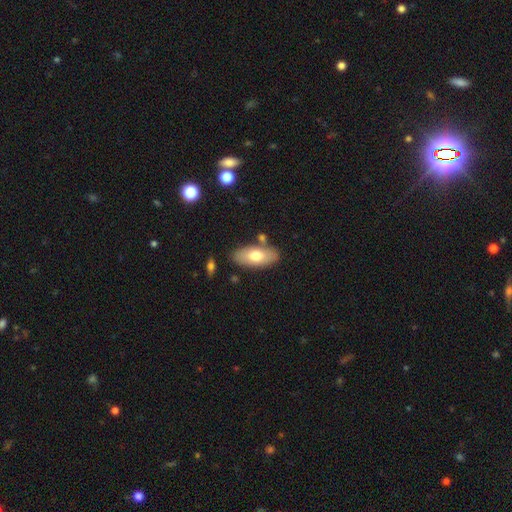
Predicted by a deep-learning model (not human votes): This is likely a smooth galaxy (69%). How rounded: clearly in between (89%). Merging: likely none (79%).